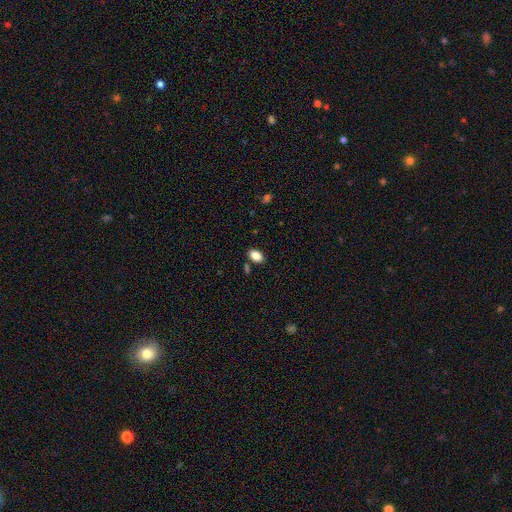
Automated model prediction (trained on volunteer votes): smooth_or_featured: smooth (p=0.87) [alt: star or artifact p=0.08]
how_rounded: in between (p=0.90) [alt: round p=0.09]
merging: none (p=0.82) [alt: minor disturbance p=0.10]